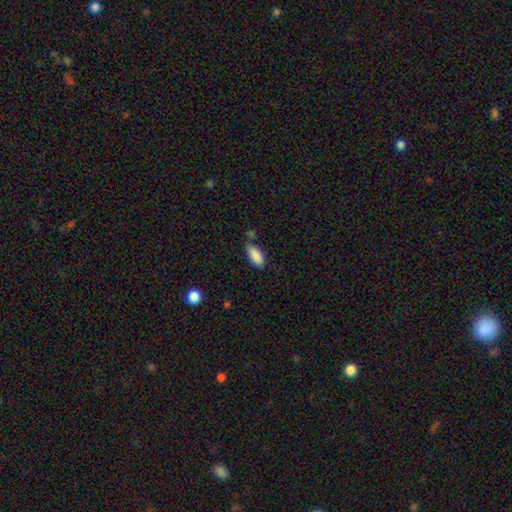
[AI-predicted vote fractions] Overall: smooth (88%). How rounded: in between (90%). Merging: none (64%).